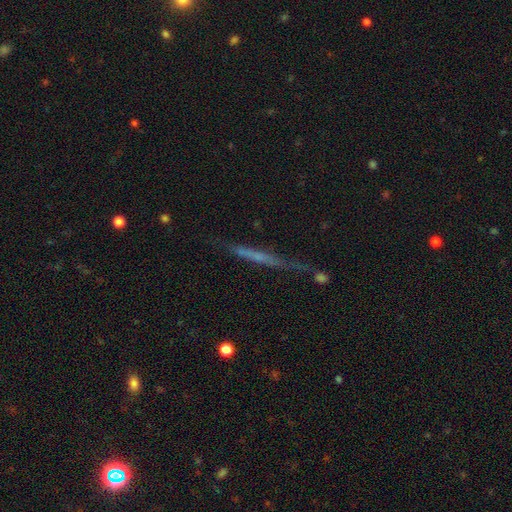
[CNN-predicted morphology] Smooth or featured? Predicted: featured or disk (p=0.55). Edge-on disk? Predicted: yes (p=0.91). Edge-on bulge? Predicted: none (p=0.77). Merging? Predicted: none (p=0.65).